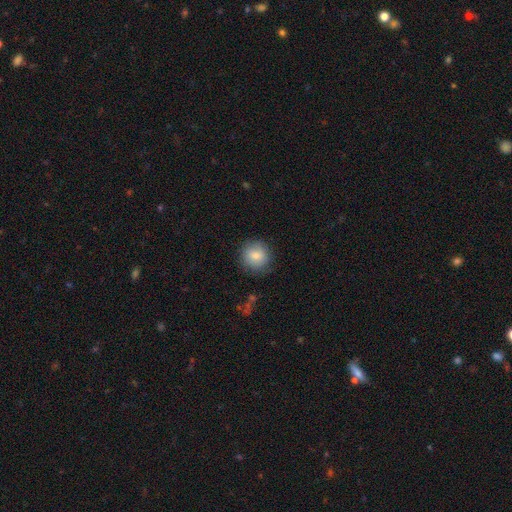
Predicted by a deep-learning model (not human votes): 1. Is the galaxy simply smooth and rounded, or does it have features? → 83% smooth, 9% featured or disk, 8% star or artifact.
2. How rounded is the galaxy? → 92% round, 7% in between, 1% cigar-shaped.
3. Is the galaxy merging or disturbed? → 85% none, 11% minor disturbance, 3% major disturbance, 1% merger.